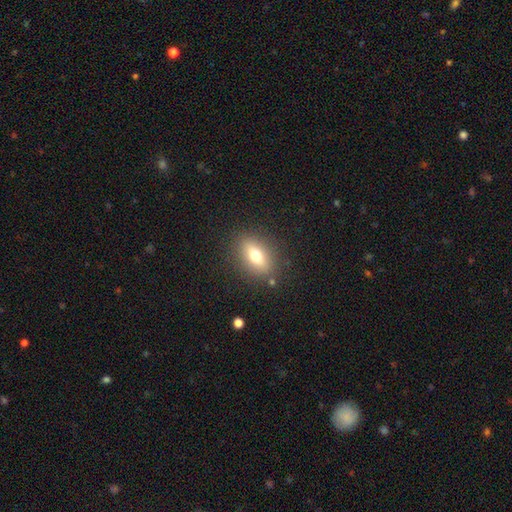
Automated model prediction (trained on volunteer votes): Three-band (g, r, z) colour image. It shows a smooth galaxy with no disk features (66%) that is in between round and cigar-shaped (75%). Merging: none (85%).